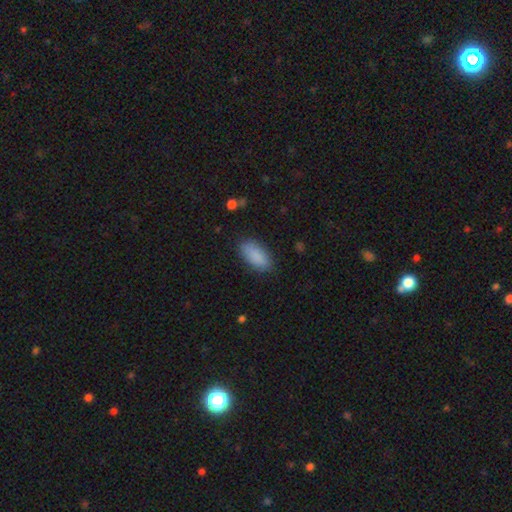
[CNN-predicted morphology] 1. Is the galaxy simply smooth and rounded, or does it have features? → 89% smooth, 6% star or artifact, 5% featured or disk.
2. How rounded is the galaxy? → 90% in between, 8% cigar-shaped, 2% round.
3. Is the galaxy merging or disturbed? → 85% none, 11% minor disturbance, 3% major disturbance, 1% merger.